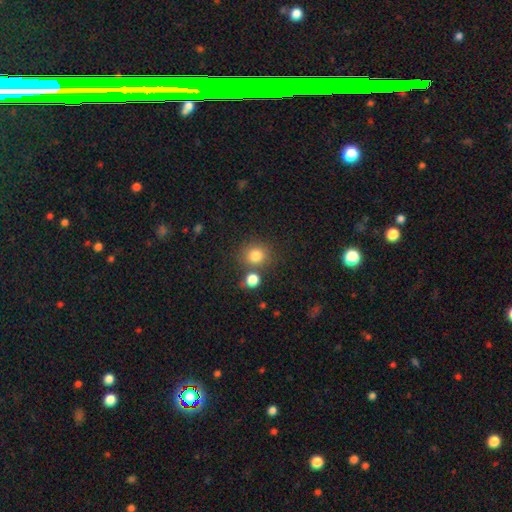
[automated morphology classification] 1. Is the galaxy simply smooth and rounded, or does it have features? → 81% smooth, 12% star or artifact, 6% featured or disk.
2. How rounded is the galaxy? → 85% round, 15% in between, 1% cigar-shaped.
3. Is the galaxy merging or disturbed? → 72% none, 15% merger, 9% minor disturbance, 3% major disturbance.